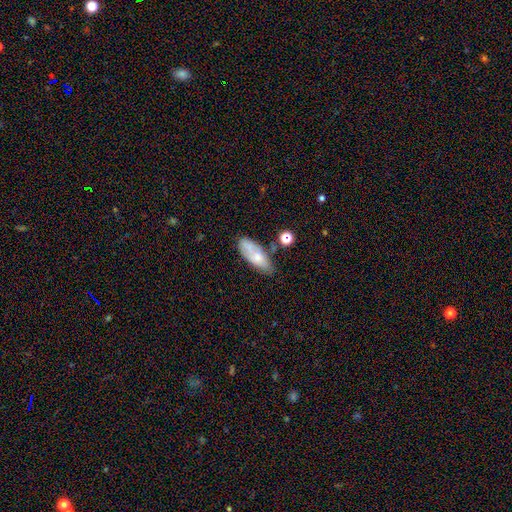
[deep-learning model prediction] Overall: smooth (64%; featured or disk 28%). How rounded: in between (77%). Merging: none (57%; minor disturbance 27%).